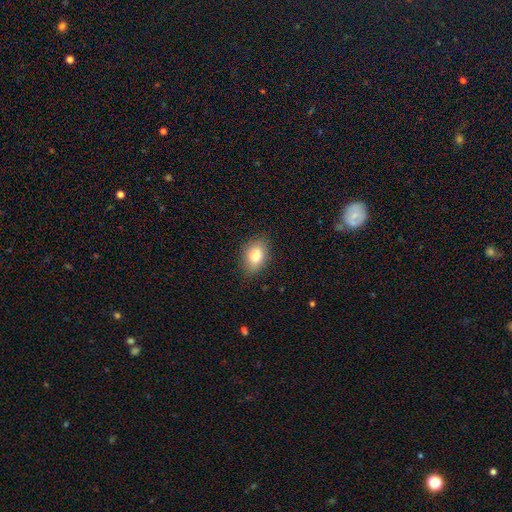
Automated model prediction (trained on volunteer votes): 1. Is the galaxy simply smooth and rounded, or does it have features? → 83% smooth, 9% featured or disk, 8% star or artifact.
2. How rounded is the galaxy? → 86% in between, 12% round, 2% cigar-shaped.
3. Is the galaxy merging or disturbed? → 84% none, 12% minor disturbance, 3% major disturbance, 1% merger.